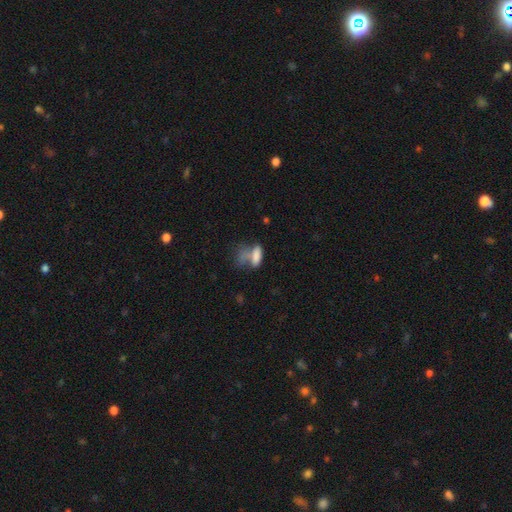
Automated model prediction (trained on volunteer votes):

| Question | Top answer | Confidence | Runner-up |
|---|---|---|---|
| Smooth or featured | smooth | 73% | featured or disk (15%) |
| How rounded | in between | 66% | cigar-shaped (28%) |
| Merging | merger | 35% | none (28%) |